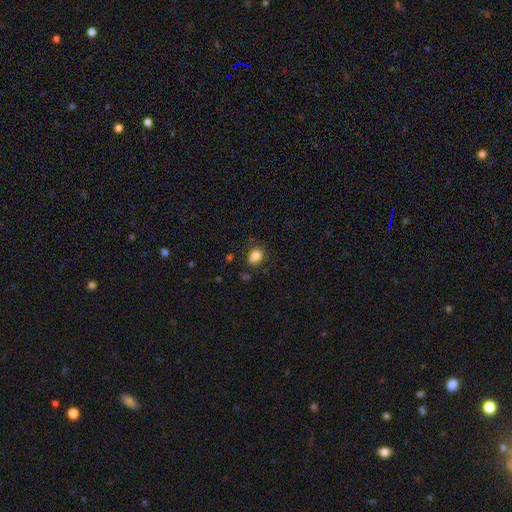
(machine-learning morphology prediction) Overall: smooth (82%). How rounded: in between (55%; round 44%). Merging: none (71%).